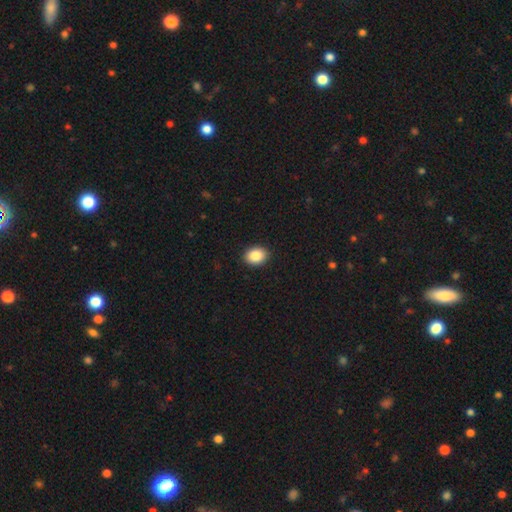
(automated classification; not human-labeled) A smooth galaxy with no disk features (87%) that is in between round and cigar-shaped (65%).

Vote fractions:
- Smooth or featured? smooth: 87% / star or artifact: 8% / featured or disk: 5%
- How rounded? in between: 65% / round: 34% / cigar-shaped: 1%
- Merging? none: 91% / minor disturbance: 6% / major disturbance: 2% / merger: 1%